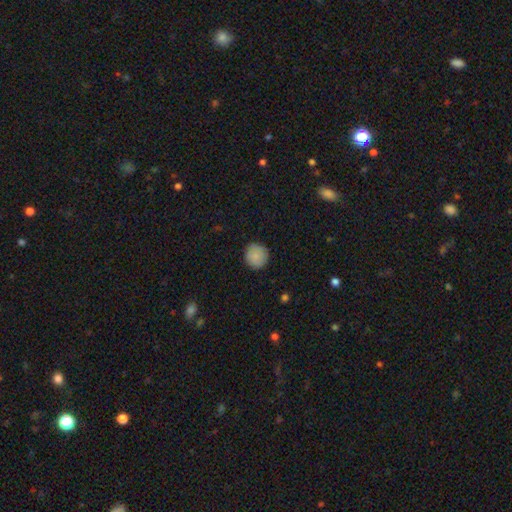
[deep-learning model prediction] Smooth or featured? smooth (86%)
How rounded? round (92%)
Merging? none (86%)